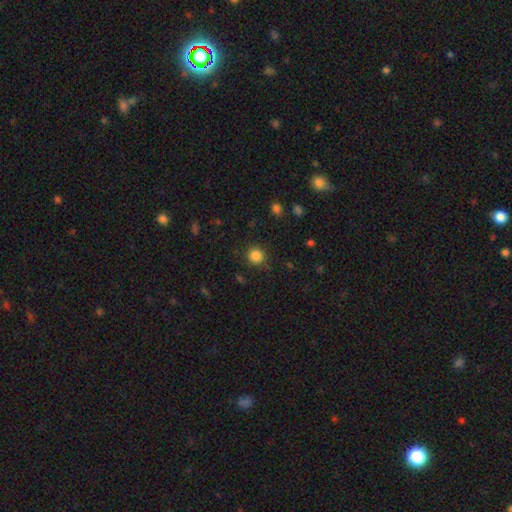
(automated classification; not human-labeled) Morphology: type=smooth (84%); roundness=round (92%); merging=none (87%).